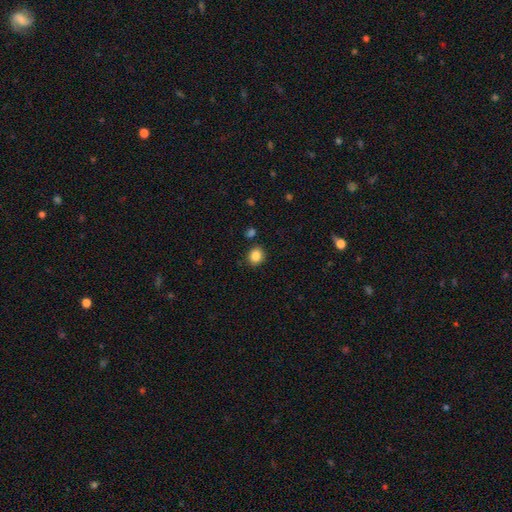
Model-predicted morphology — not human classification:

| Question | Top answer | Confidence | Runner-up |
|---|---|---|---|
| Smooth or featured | smooth | 85% | star or artifact (10%) |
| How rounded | round | 71% | in between (28%) |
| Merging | none | 85% | minor disturbance (9%) |